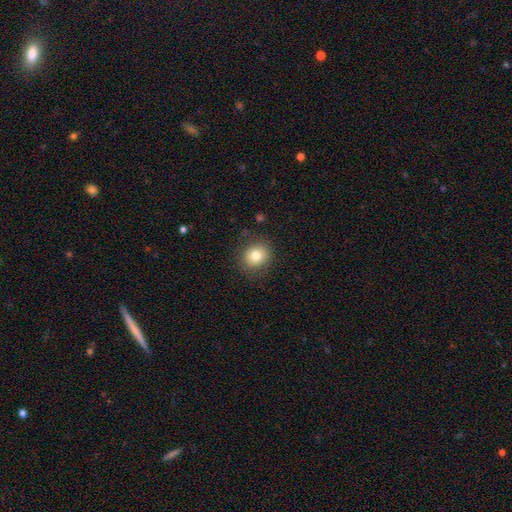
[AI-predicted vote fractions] Smooth or featured?
  - smooth: 79% *
  - featured or disk: 11%
  - star or artifact: 10%
How rounded?
  - round: 77% *
  - in between: 22%
  - cigar-shaped: 1%
Merging?
  - none: 86% *
  - minor disturbance: 10%
  - major disturbance: 3%
  - merger: 1%